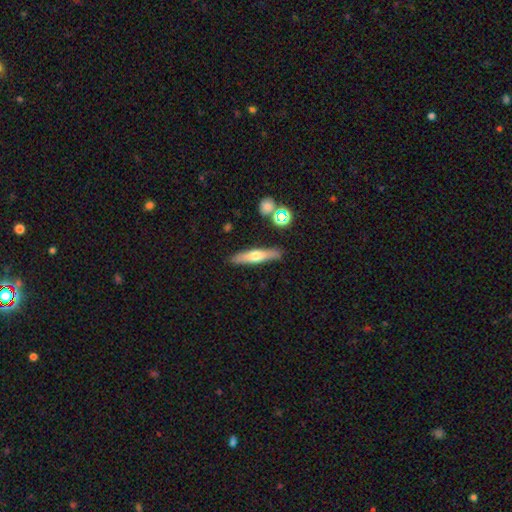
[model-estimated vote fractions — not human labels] Q: Smooth or featured?
A: smooth (49%); runner-up: featured or disk (43%)
Q: Merging?
A: none (86%); runner-up: minor disturbance (10%)